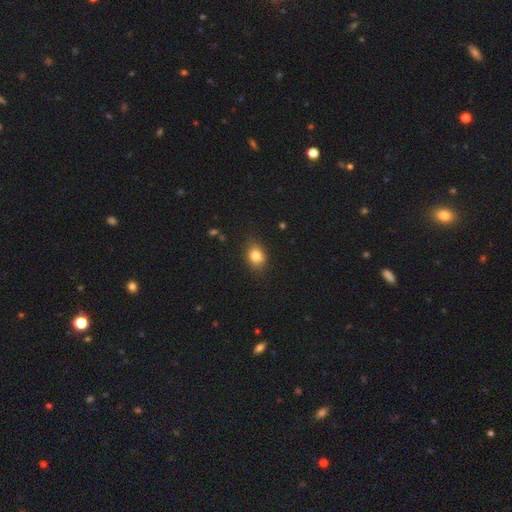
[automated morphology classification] Smooth or featured?
  - smooth: 80% *
  - star or artifact: 11%
  - featured or disk: 10%
How rounded?
  - in between: 62% *
  - round: 36%
  - cigar-shaped: 2%
Merging?
  - none: 80% *
  - minor disturbance: 15%
  - major disturbance: 3%
  - merger: 1%